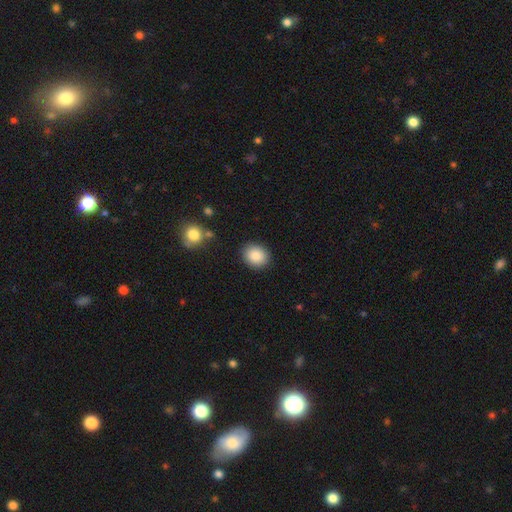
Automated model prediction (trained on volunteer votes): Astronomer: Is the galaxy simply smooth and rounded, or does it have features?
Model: smooth — 87%.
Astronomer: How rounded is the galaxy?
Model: round — 70%.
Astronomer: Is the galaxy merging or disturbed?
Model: none — 89%.